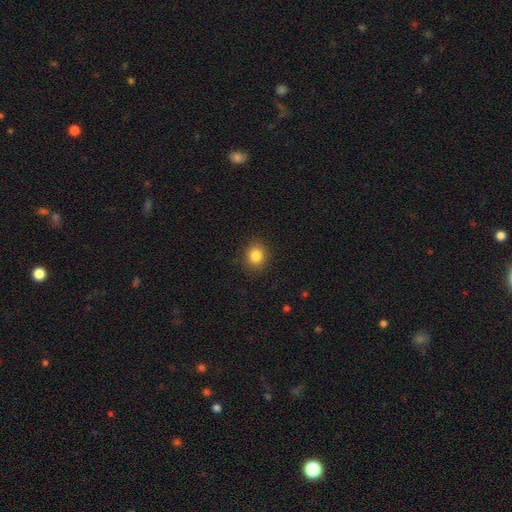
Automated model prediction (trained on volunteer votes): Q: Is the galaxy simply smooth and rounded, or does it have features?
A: smooth — 84%.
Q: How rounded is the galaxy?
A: round — 77%.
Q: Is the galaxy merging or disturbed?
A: none — 90%.